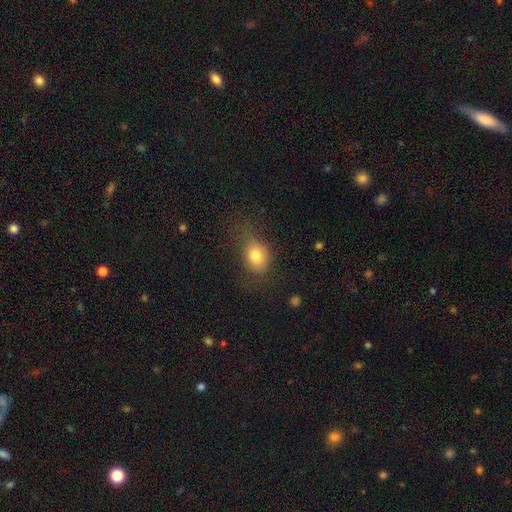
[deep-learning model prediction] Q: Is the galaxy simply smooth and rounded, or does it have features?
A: smooth — 79%.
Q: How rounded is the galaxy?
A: in between — 60%.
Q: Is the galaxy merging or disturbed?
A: none — 51%.